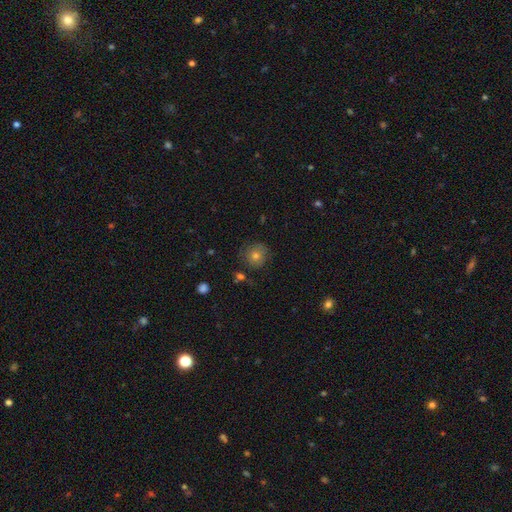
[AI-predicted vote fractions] smooth 69%, featured or disk 15%, star or artifact 15%. Down the decision tree: how rounded — round (92%); merging — none (80%).